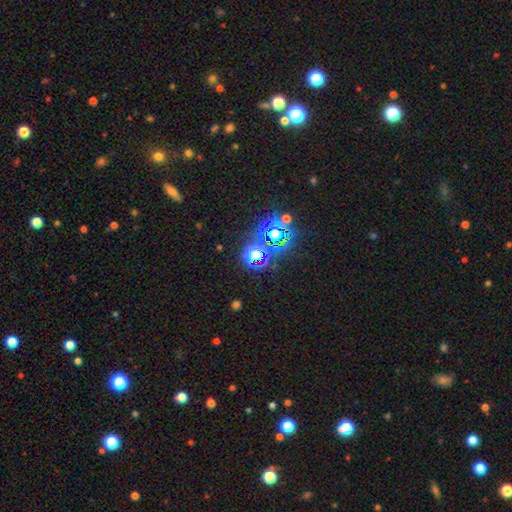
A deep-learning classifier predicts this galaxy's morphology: This is likely a star or artifact rather than a galaxy (68%).